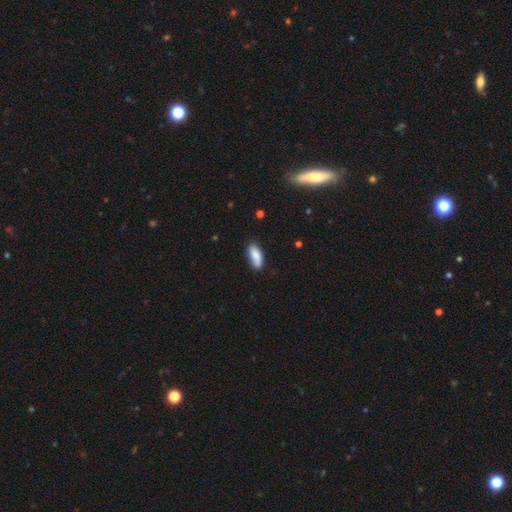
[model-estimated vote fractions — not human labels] The model was most divided on "merging": none: 72%, minor disturbance: 21%, major disturbance: 4%, merger: 3%. More confident: smooth or featured — smooth (83%); how rounded — in between (81%).